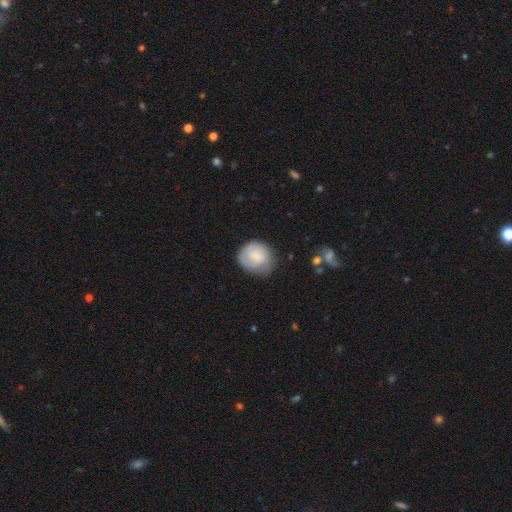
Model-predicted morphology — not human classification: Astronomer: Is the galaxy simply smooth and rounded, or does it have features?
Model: smooth — 66%.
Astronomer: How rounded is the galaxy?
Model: round — 78%.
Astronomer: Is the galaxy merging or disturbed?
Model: none — 60%.